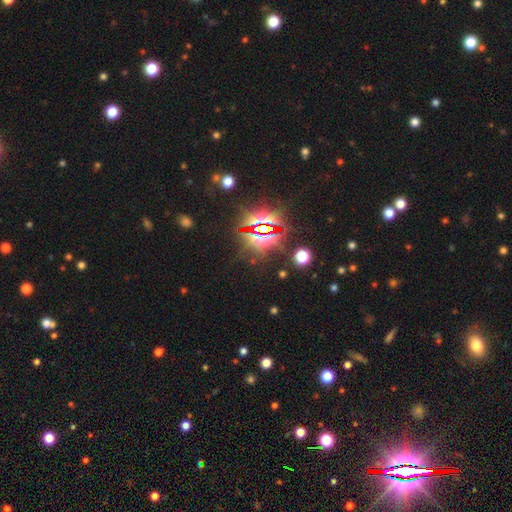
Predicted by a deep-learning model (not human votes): A star or artifact, not a galaxy (84%).